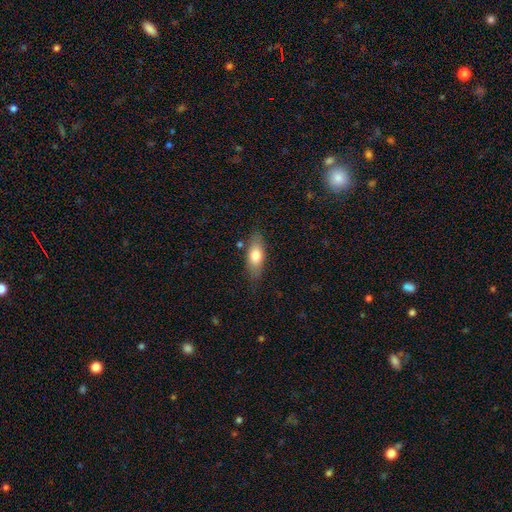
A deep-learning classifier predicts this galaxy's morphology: The model was most divided on "smooth or featured": smooth: 73%, featured or disk: 21%, star or artifact: 6%. More confident: merging — none (77%); how rounded — in between (75%).